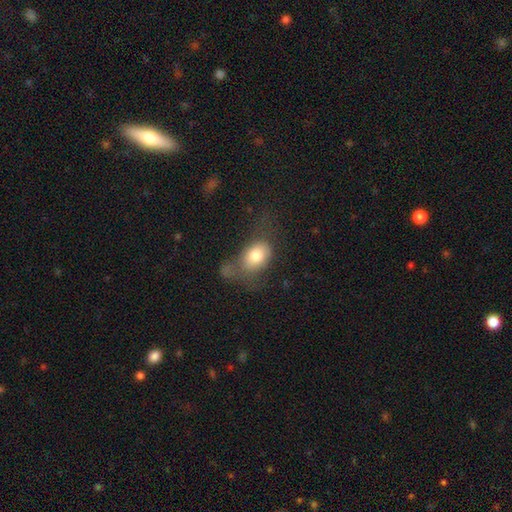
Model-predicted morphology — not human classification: The model was most divided on "merging": none: 34%, major disturbance: 32%, minor disturbance: 24%, merger: 9%. More confident: how rounded — in between (77%); smooth or featured — smooth (76%).